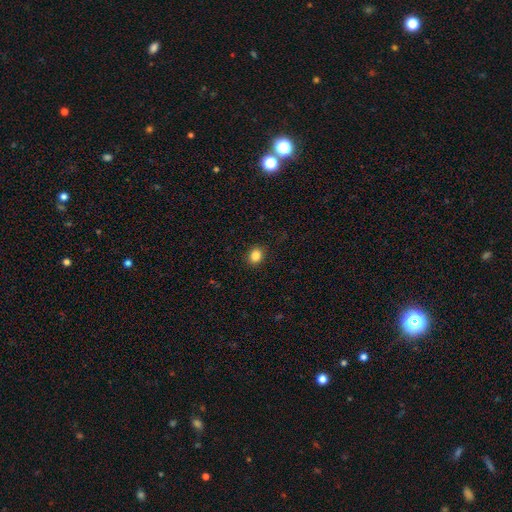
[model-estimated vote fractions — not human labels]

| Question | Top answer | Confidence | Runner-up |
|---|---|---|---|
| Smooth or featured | smooth | 85% | star or artifact (11%) |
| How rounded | round | 61% | in between (38%) |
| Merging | none | 90% | minor disturbance (7%) |